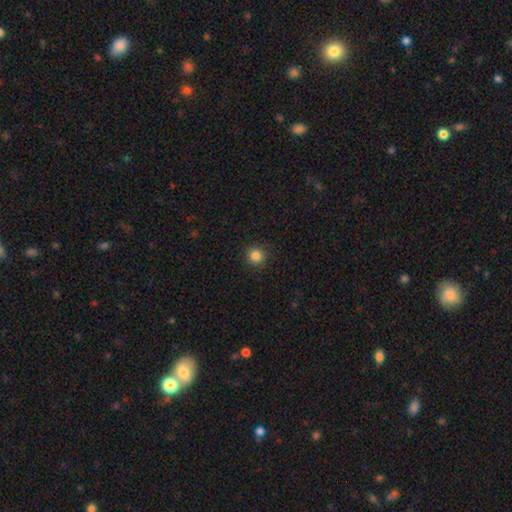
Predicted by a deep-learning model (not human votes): This appears to be a smooth galaxy with no disk features (84%) that is round (95%). Merging: none (90%).